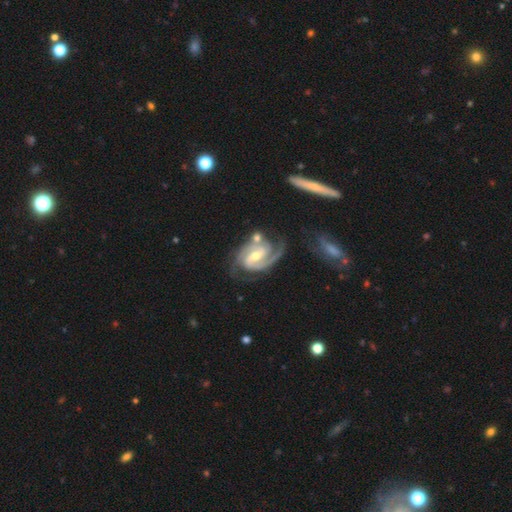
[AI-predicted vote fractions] Overall: featured or disk (92%). Edge-on disk: no (97%). Bar: weak (45%; strong 37%). Spiral arms: yes (98%). Spiral arm count: 2 (78%). Spiral winding: tight (49%; medium 44%). Bulge size: moderate (57%; small 38%). Merging: none (59%; minor disturbance 19%).